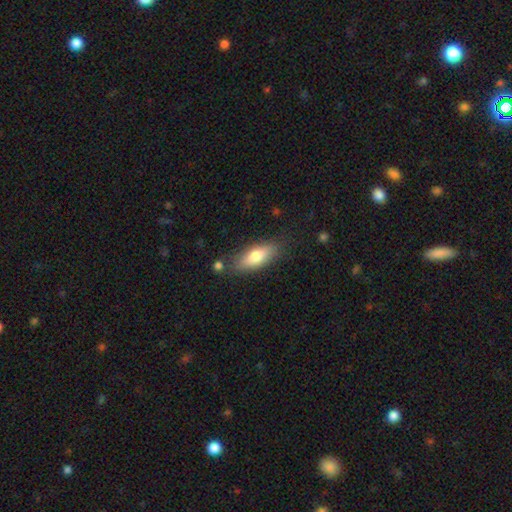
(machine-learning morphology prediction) Smooth or featured?
  - smooth: 73% *
  - featured or disk: 21%
  - star or artifact: 7%
How rounded?
  - in between: 71% *
  - cigar-shaped: 26%
  - round: 3%
Merging?
  - none: 77% *
  - minor disturbance: 15%
  - merger: 4%
  - major disturbance: 4%